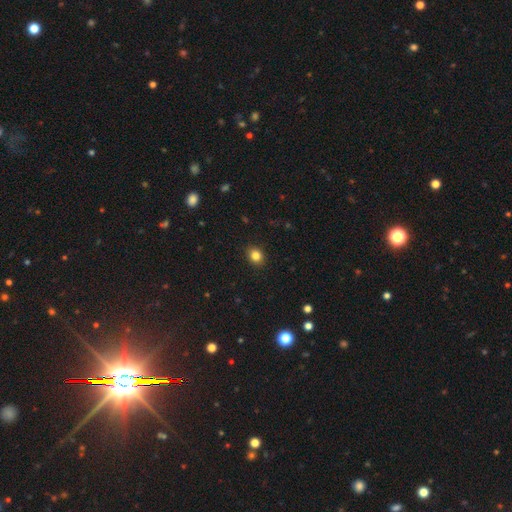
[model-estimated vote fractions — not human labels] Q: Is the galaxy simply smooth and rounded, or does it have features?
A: smooth — 83%.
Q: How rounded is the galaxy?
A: round — 68%.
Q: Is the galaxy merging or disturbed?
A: none — 90%.